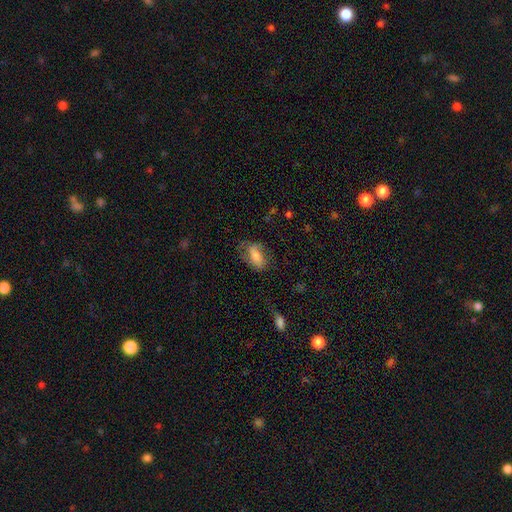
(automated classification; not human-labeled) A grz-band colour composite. It shows a smooth galaxy with no disk features (62%) that is in between round and cigar-shaped (86%). Merging: none (55%).